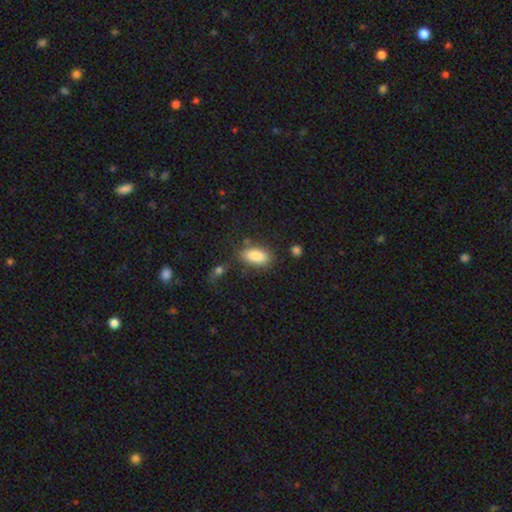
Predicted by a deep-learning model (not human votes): Smooth or featured?
  - smooth: 85% *
  - featured or disk: 8%
  - star or artifact: 8%
How rounded?
  - in between: 90% *
  - cigar-shaped: 6%
  - round: 4%
Merging?
  - none: 73% *
  - minor disturbance: 16%
  - merger: 6%
  - major disturbance: 6%